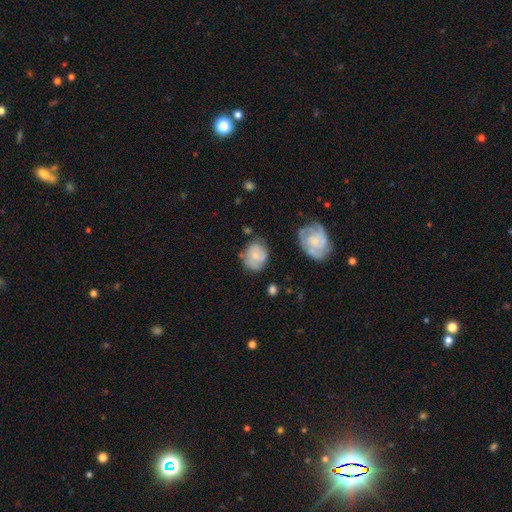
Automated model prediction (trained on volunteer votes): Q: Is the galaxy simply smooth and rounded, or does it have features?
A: smooth — 53%.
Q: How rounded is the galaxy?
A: round — 56%.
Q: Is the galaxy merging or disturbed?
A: none — 58%.